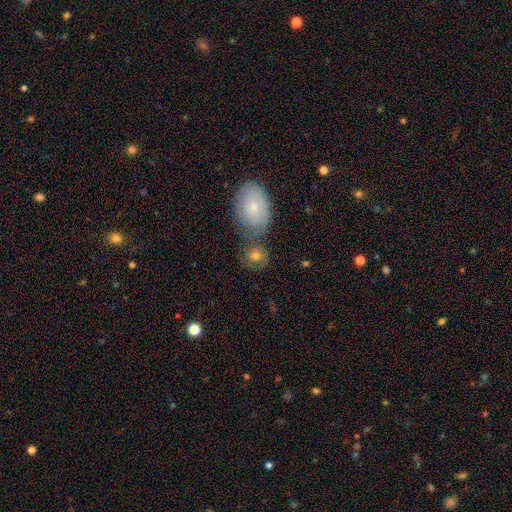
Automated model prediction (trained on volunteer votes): Smooth or featured?
  - smooth: 65% *
  - featured or disk: 26%
  - star or artifact: 9%
How rounded?
  - round: 77% *
  - in between: 21%
  - cigar-shaped: 1%
Merging?
  - none: 54% *
  - merger: 29%
  - minor disturbance: 12%
  - major disturbance: 5%